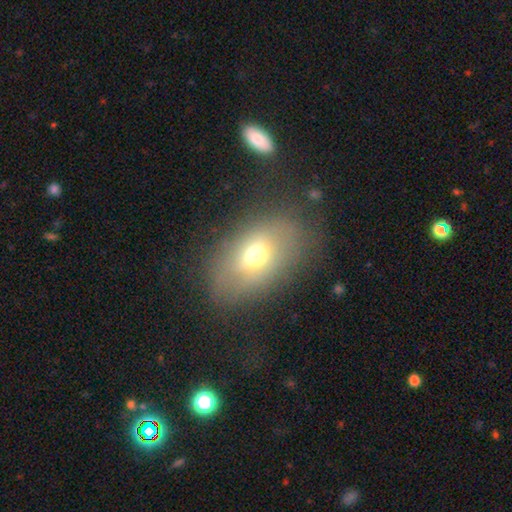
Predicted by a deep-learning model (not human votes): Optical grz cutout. It shows a smooth galaxy with no disk features (63%) that is in between round and cigar-shaped (77%). Merging: none (74%).